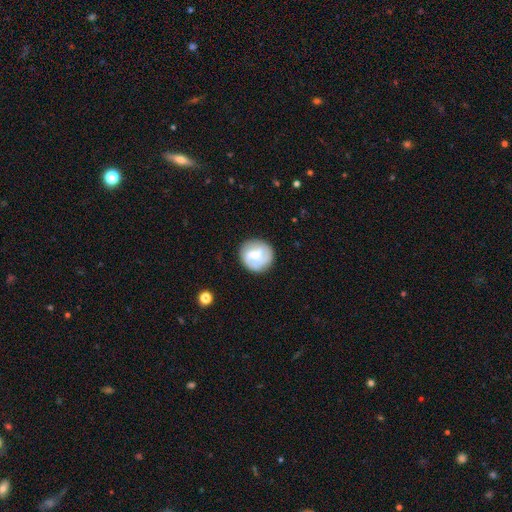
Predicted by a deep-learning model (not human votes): Smooth or featured? Predicted: featured or disk (p=0.56). Edge-on disk? Predicted: no (p=0.98). Bar? Predicted: weak (p=0.49). Spiral arms? Predicted: yes (p=0.84). Bulge size? Predicted: small (p=0.41). Merging? Predicted: none (p=0.79).